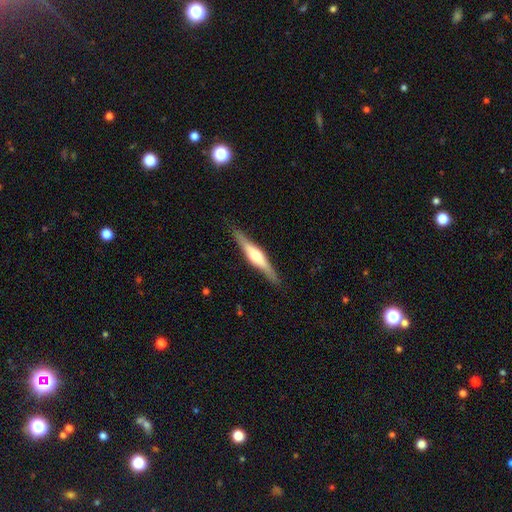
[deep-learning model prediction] This is likely a featured or disk galaxy (70%). It is clearly viewed edge-on (97%). Edge-on bulge: clearly rounded (84%). Merging: clearly none (88%).